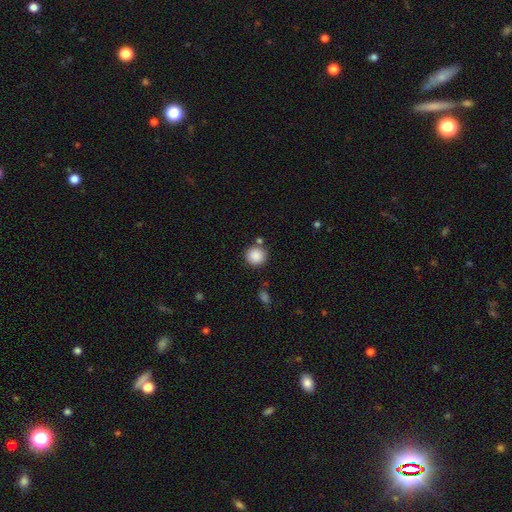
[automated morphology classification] Overall: smooth (88%). How rounded: round (92%). Merging: none (79%).